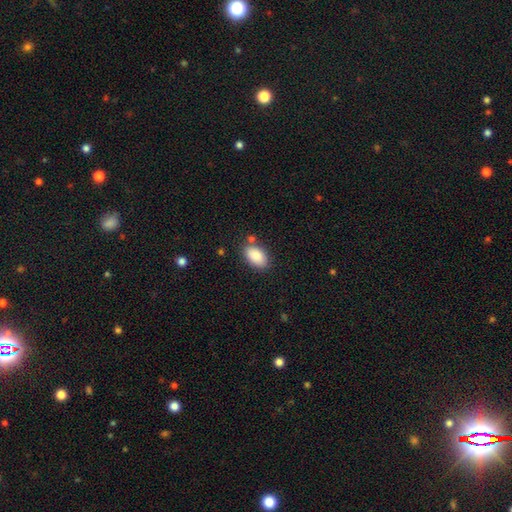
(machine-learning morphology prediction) This is clearly a smooth galaxy (88%). How rounded: clearly in between (92%). Merging: likely none (76%).